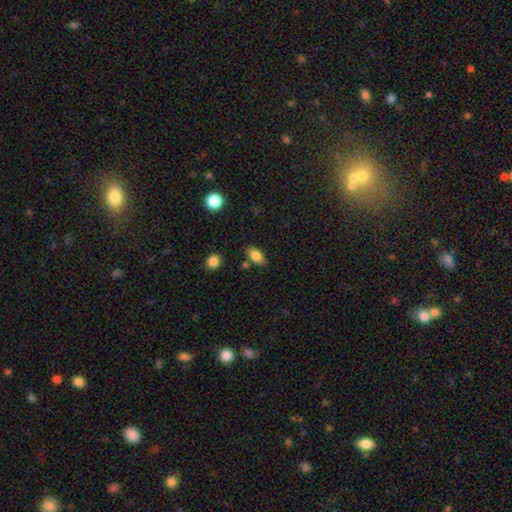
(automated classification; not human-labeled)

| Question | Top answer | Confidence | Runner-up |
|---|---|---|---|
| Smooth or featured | smooth | 82% | featured or disk (10%) |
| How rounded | in between | 88% | cigar-shaped (7%) |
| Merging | none | 79% | minor disturbance (12%) |